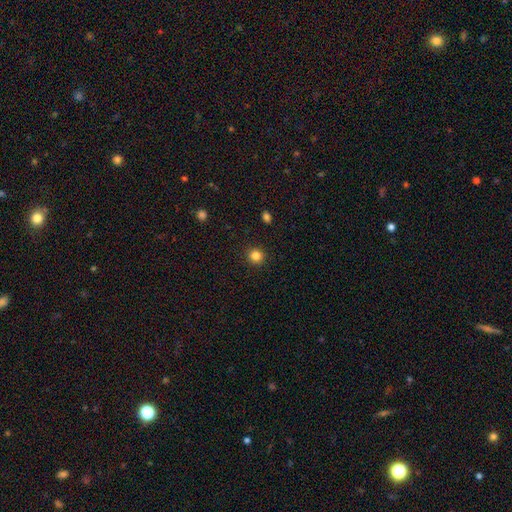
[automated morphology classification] smooth 84%, star or artifact 12%, featured or disk 4%. Down the decision tree: how rounded — round (93%); merging — none (92%).